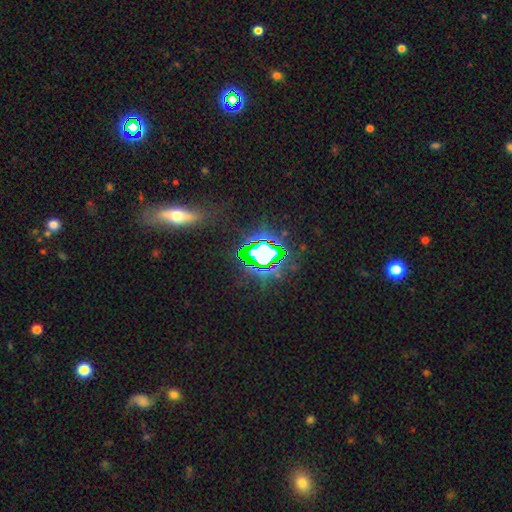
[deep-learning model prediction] Smooth or featured? Predicted: star or artifact (p=0.72).